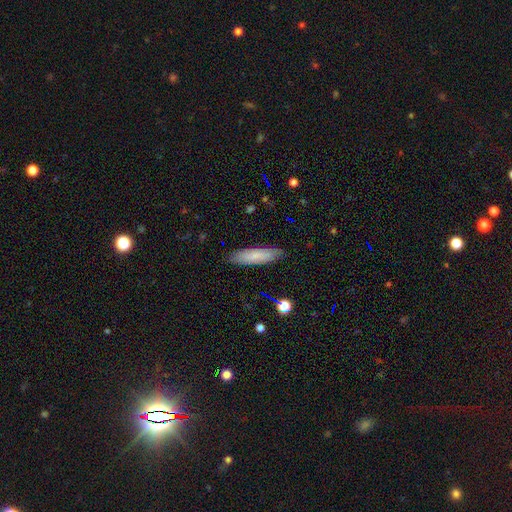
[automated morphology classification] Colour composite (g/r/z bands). It shows a smooth galaxy with no disk features (77%) that is cigar-shaped (66%). Merging: none (87%).